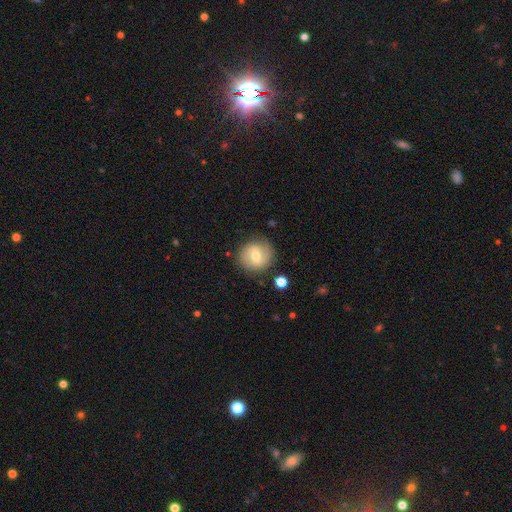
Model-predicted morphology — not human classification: smooth_or_featured: featured or disk (p=0.47) [alt: smooth p=0.44]
merging: none (p=0.83) [alt: minor disturbance p=0.11]